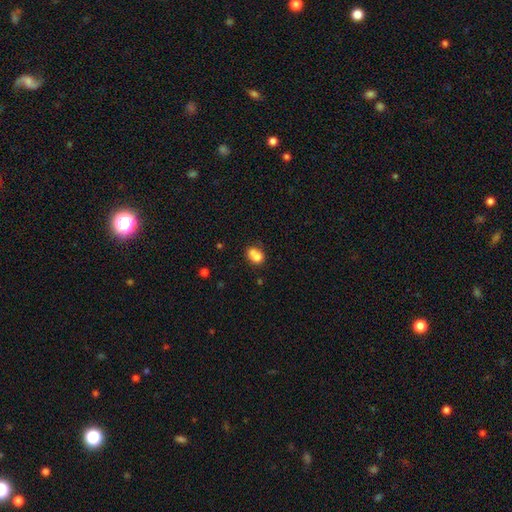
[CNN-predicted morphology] Smooth or featured?
  - smooth: 77% *
  - featured or disk: 12%
  - star or artifact: 11%
How rounded?
  - in between: 59% *
  - round: 40%
  - cigar-shaped: 1%
Merging?
  - none: 40% *
  - merger: 33%
  - minor disturbance: 19%
  - major disturbance: 8%